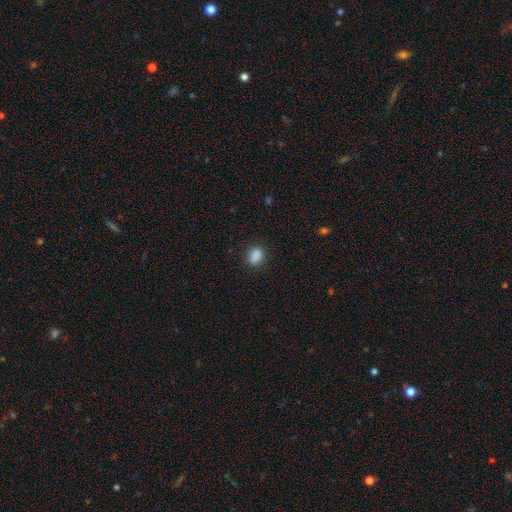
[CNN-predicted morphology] smooth_or_featured: smooth (p=0.86) [alt: star or artifact p=0.10]
how_rounded: in between (p=0.68) [alt: round p=0.30]
merging: none (p=0.80) [alt: minor disturbance p=0.14]